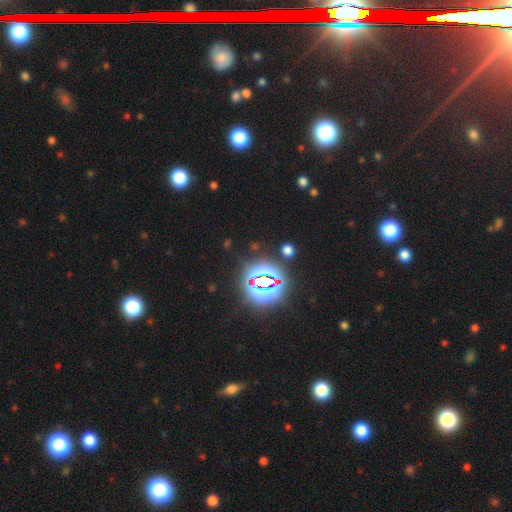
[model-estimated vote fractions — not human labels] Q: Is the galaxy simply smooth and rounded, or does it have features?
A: star or artifact — 83%.